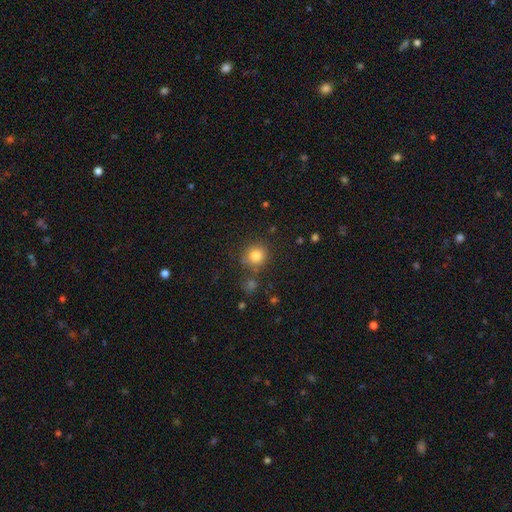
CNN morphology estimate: Overall: smooth (81%). How rounded: round (90%). Merging: none (79%).